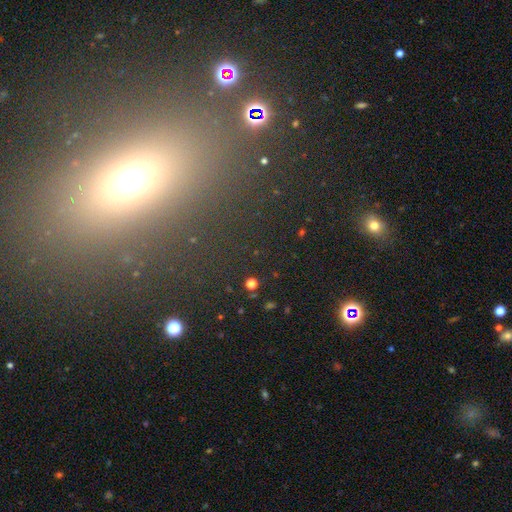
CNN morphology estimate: This is marginally a smooth galaxy (43%). Merging: clearly none (83%).